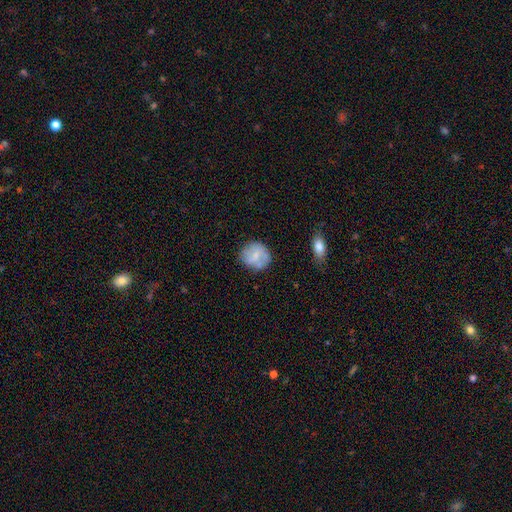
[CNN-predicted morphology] Smooth or featured?
  - smooth: 63% *
  - featured or disk: 30%
  - star or artifact: 8%
How rounded?
  - round: 81% *
  - in between: 18%
  - cigar-shaped: 1%
Merging?
  - none: 69% *
  - minor disturbance: 20%
  - major disturbance: 6%
  - merger: 4%